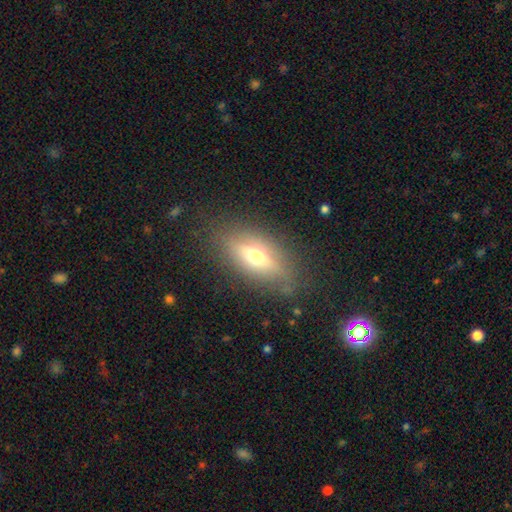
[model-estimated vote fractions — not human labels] smooth-or-featured: smooth: 48% | featured or disk: 43% | star or artifact: 10%
  merging: none: 80% | minor disturbance: 13% | major disturbance: 5% | merger: 1%